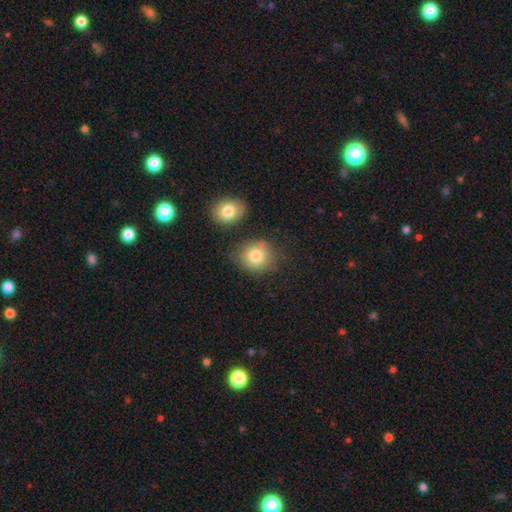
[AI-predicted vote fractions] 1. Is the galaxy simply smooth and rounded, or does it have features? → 80% smooth, 10% featured or disk, 10% star or artifact.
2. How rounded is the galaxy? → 75% round, 24% in between, 1% cigar-shaped.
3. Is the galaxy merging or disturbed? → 68% none, 16% minor disturbance, 12% merger, 5% major disturbance.